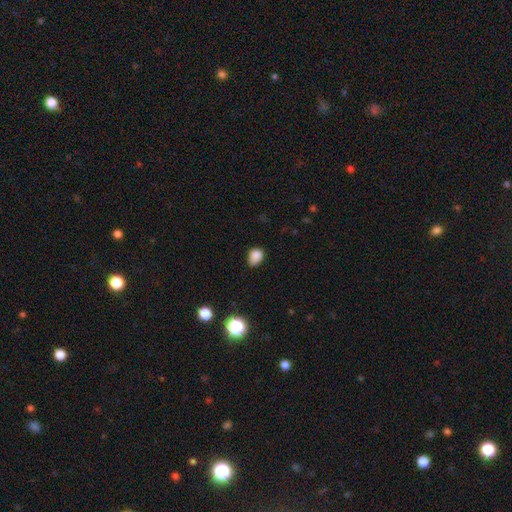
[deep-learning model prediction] Smooth or featured: smooth — 85% (star or artifact — 11%)
How rounded: in between — 65% (round — 34%)
Merging: none — 66% (minor disturbance — 28%)